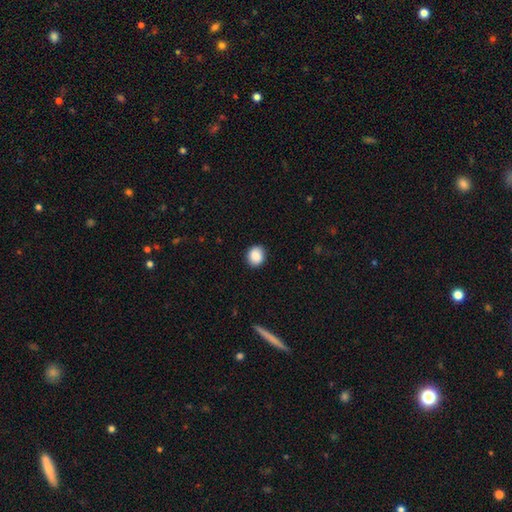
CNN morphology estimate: smooth_or_featured: smooth (p=0.88) [alt: star or artifact p=0.08]
how_rounded: round (p=0.73) [alt: in between p=0.26]
merging: none (p=0.88) [alt: minor disturbance p=0.09]